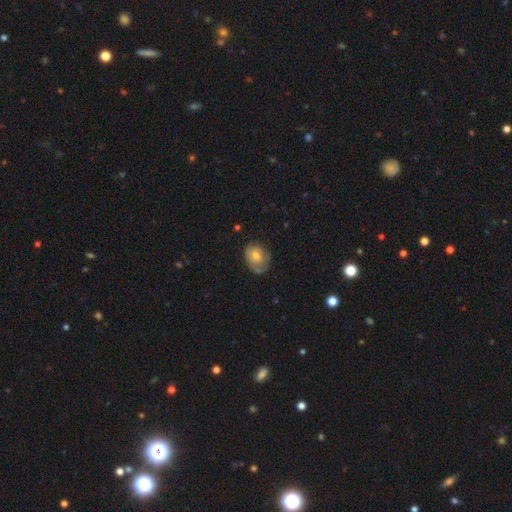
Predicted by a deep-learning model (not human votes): smooth 55%, featured or disk 36%, star or artifact 9%. Down the decision tree: how rounded — in between (60%); merging — none (56%).